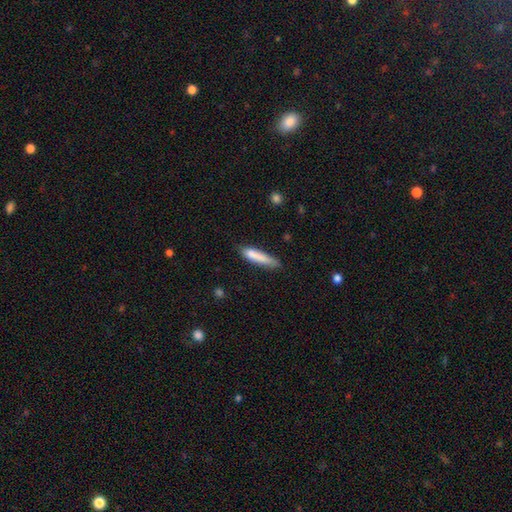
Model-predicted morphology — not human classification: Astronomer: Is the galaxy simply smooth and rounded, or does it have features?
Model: smooth — 81%.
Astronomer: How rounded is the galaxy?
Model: cigar-shaped — 85%.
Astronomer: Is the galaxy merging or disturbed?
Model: none — 67%.